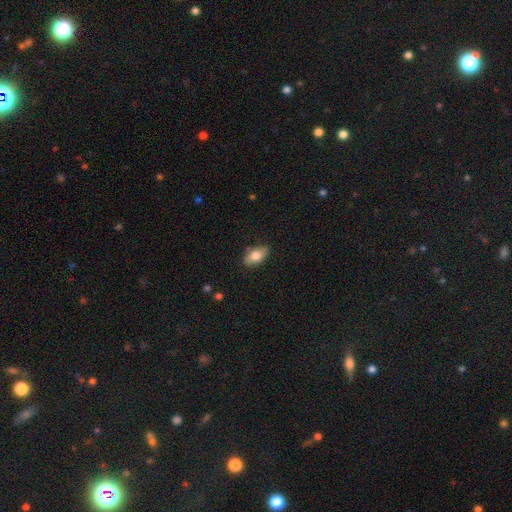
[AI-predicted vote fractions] Smooth or featured? smooth (75%)
How rounded? in between (90%)
Merging? none (83%)